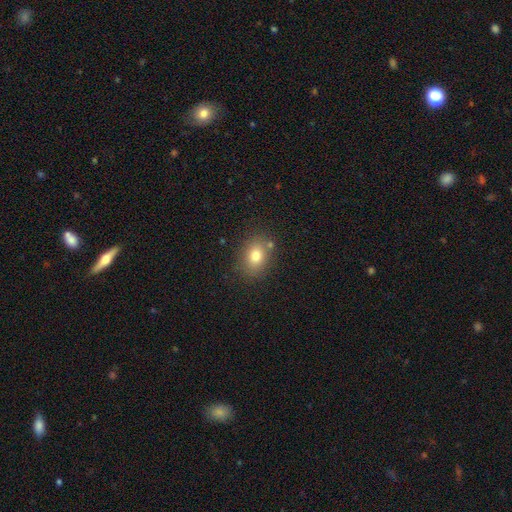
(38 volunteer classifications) This is likely a smooth galaxy (76%). How rounded: possibly round (52%). Merging: possibly none (53%).